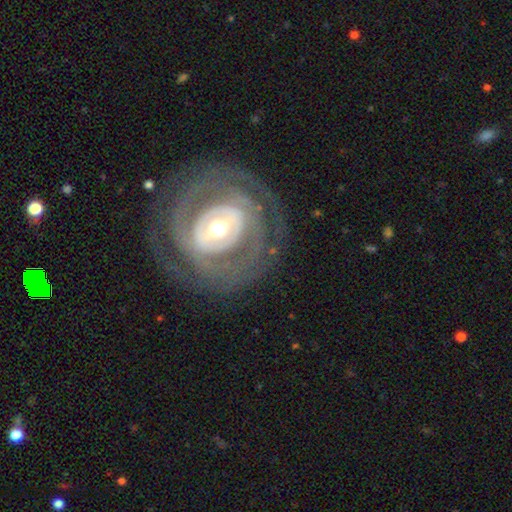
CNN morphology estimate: Smooth or featured?
  - featured or disk: 83% *
  - smooth: 12%
  - star or artifact: 5%
Edge-on disk?
  - no: 96% *
  - yes: 4%
Bar?
  - strong: 34% * (tied)
  - weak: 34% * (tied)
  - no: 31%
Spiral arms?
  - yes: 73% *
  - no: 27%
Spiral winding?
  - tight: 74% *
  - medium: 19%
  - loose: 7%
Spiral arm count?
  - can't tell: 39% *
  - 2: 32%
  - 3: 11%
  - 4: 6%
  - 1: 6%
  - more than 4: 5%
Bulge size?
  - moderate: 63% *
  - small: 24%
  - large: 11%
  - dominant: 1%
  - none: 1%
Merging?
  - none: 78% *
  - minor disturbance: 12%
  - major disturbance: 8%
  - merger: 1%